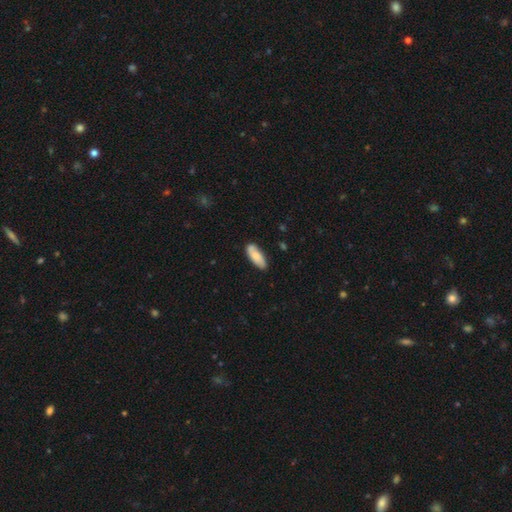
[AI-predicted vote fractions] smooth_or_featured: smooth (p=0.76) [alt: featured or disk p=0.18]
how_rounded: in between (p=0.74) [alt: cigar-shaped p=0.24]
merging: none (p=0.79) [alt: minor disturbance p=0.17]